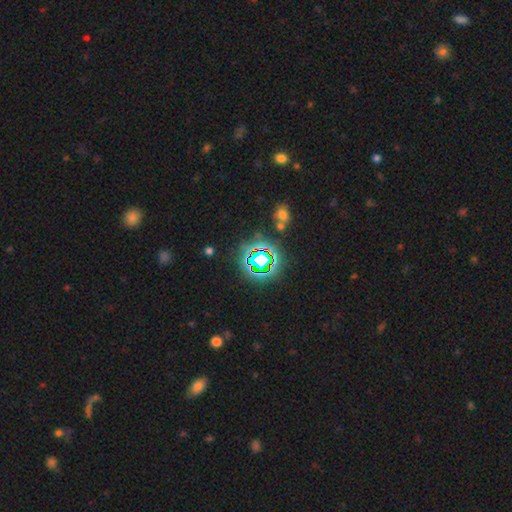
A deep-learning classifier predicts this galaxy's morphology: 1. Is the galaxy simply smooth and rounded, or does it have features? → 76% star or artifact, 16% smooth, 9% featured or disk.